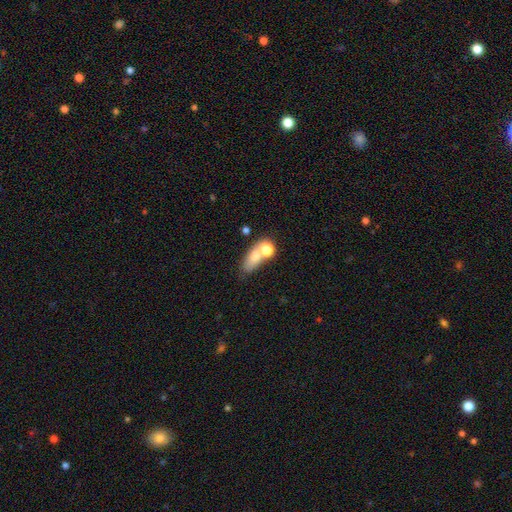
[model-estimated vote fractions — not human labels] Overall: smooth (68%). How rounded: in between (64%). Merging: merger (47%; none 34%).